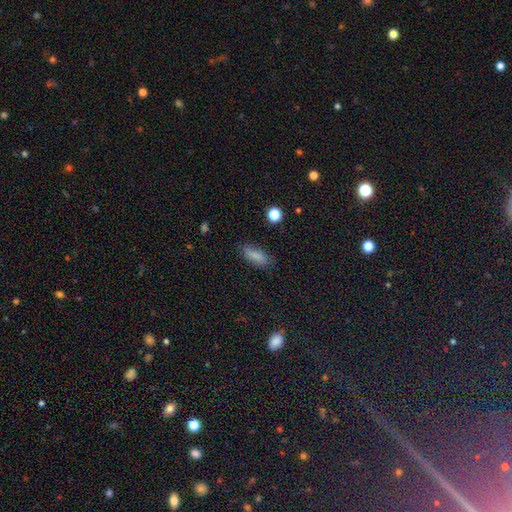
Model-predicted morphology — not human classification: smooth-or-featured: smooth: 81% | star or artifact: 10% | featured or disk: 9%
  how-rounded: in between: 69% | cigar-shaped: 27% | round: 3%
  merging: none: 75% | minor disturbance: 18% | major disturbance: 5% | merger: 2%